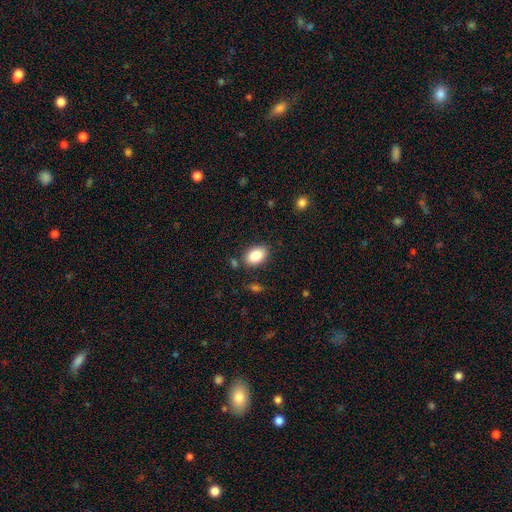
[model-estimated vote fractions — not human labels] The model was most divided on "merging": none: 82%, minor disturbance: 12%, merger: 3%, major disturbance: 3%. More confident: smooth or featured — smooth (87%); how rounded — in between (86%).